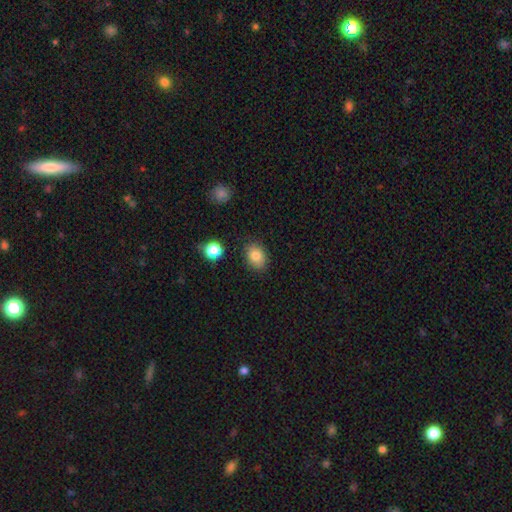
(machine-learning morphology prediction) smooth-or-featured: smooth: 80% | star or artifact: 10% | featured or disk: 9%
  how-rounded: in between: 66% | round: 33% | cigar-shaped: 1%
  merging: none: 84% | minor disturbance: 11% | major disturbance: 3% | merger: 2%